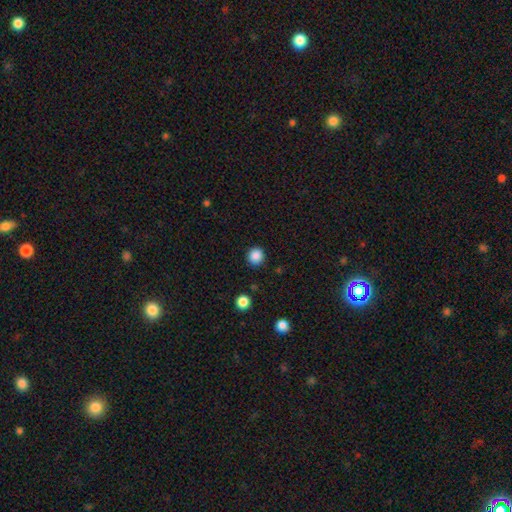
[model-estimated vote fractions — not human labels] Morphology: type=smooth (87%); roundness=round (93%); merging=none (91%).